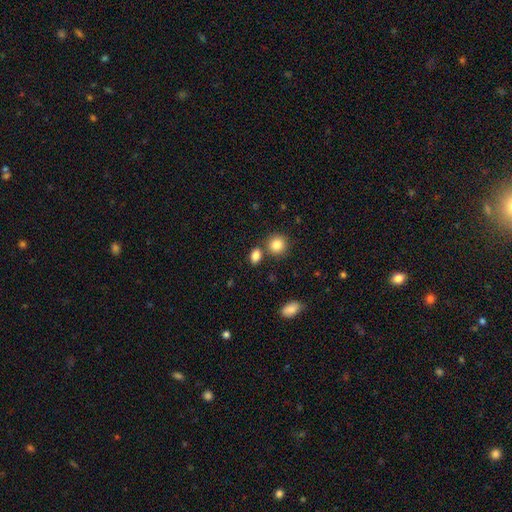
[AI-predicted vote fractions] Smooth or featured: smooth — 85% (star or artifact — 10%)
How rounded: in between — 67% (round — 31%)
Merging: none — 67% (merger — 19%)